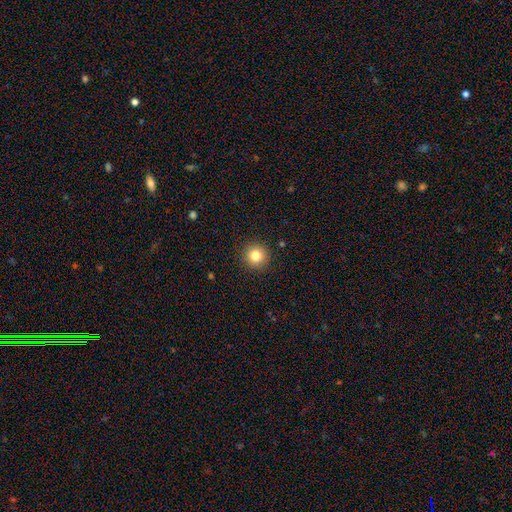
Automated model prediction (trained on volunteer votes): Overall: smooth (82%). How rounded: round (95%). Merging: none (92%).